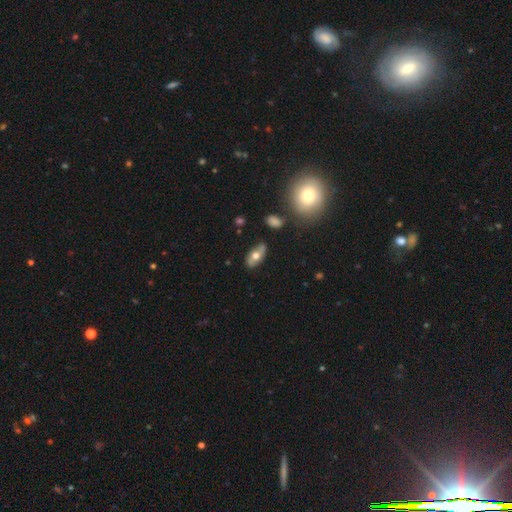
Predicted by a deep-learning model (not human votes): Overall: smooth (53%; featured or disk 39%). How rounded: in between (86%). Merging: none (77%).